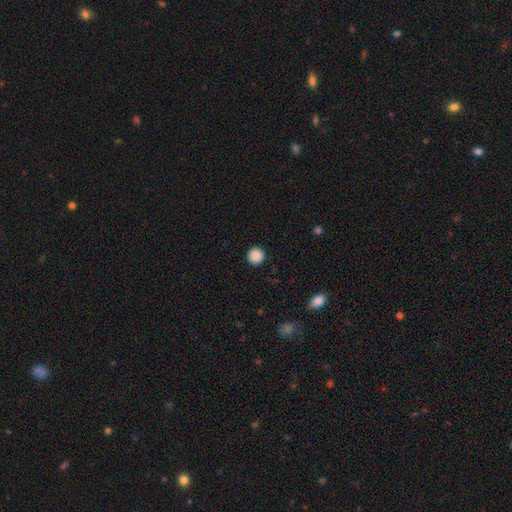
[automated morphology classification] smooth_or_featured: smooth (p=0.88) [alt: star or artifact p=0.09]
how_rounded: round (p=0.95) [alt: in between p=0.04]
merging: none (p=0.92) [alt: minor disturbance p=0.05]